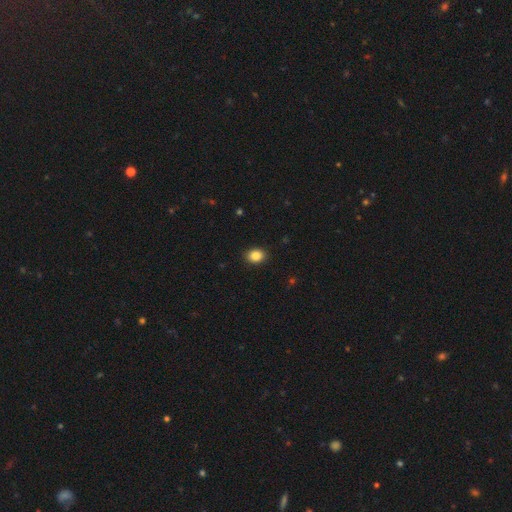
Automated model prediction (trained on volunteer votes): This appears to be a smooth galaxy with no disk features (86%) that is in between round and cigar-shaped (53%). Merging: none (91%).